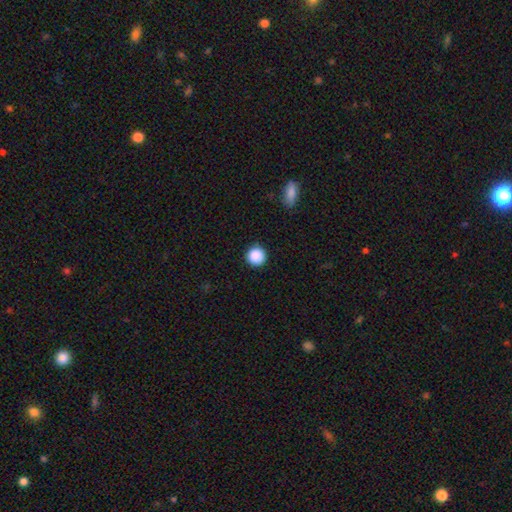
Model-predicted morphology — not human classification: Smooth or featured: smooth — 88% (star or artifact — 9%)
How rounded: round — 96% (in between — 3%)
Merging: none — 91% (minor disturbance — 6%)